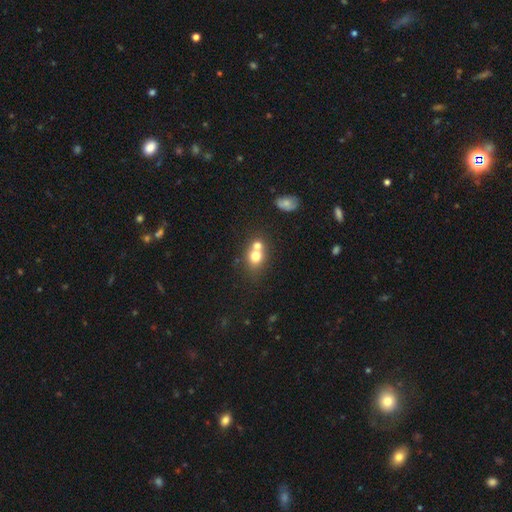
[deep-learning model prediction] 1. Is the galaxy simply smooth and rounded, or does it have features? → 71% smooth, 18% featured or disk, 12% star or artifact.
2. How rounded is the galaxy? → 64% round, 35% in between, 1% cigar-shaped.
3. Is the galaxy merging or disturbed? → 55% merger, 34% none, 7% minor disturbance, 4% major disturbance.